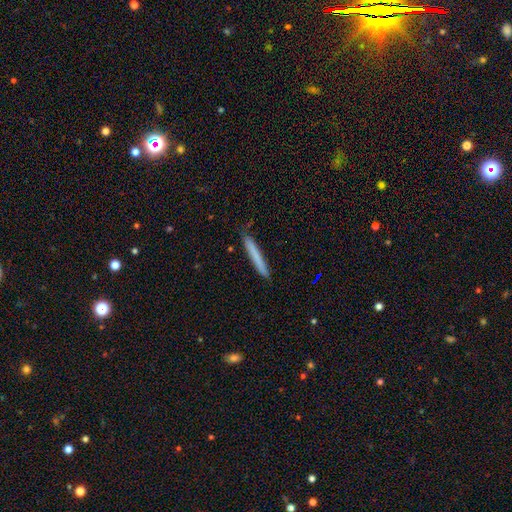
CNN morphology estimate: Overall: smooth (72%). How rounded: cigar-shaped (97%). Merging: none (87%).